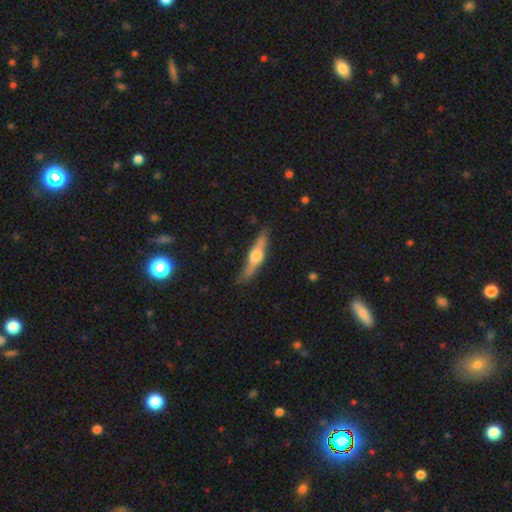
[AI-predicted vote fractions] Smooth or featured? featured or disk (62%)
Edge-on disk? yes (94%)
Edge-on bulge? rounded (91%)
Merging? none (80%)